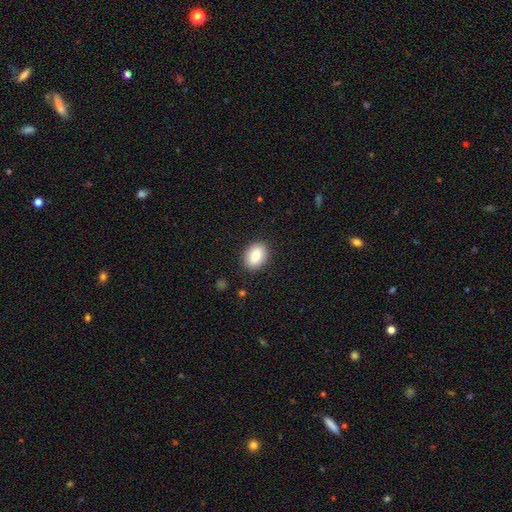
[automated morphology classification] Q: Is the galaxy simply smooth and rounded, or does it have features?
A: smooth — 81%.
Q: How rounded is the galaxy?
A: in between — 64%.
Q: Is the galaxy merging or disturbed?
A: none — 88%.